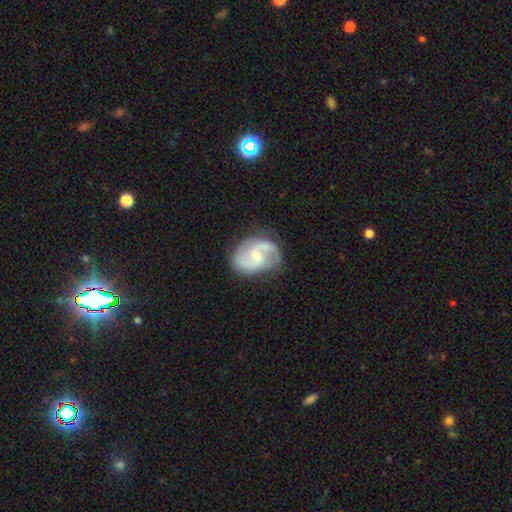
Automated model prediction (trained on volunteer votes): Smooth or featured? Predicted: featured or disk (p=0.83). Edge-on disk? Predicted: no (p=0.98). Bar? Predicted: no (p=0.47). Spiral arms? Predicted: yes (p=0.95). Spiral winding? Predicted: medium (p=0.52). Spiral arm count? Predicted: 2 (p=0.86). Bulge size? Predicted: small (p=0.53). Merging? Predicted: none (p=0.71).